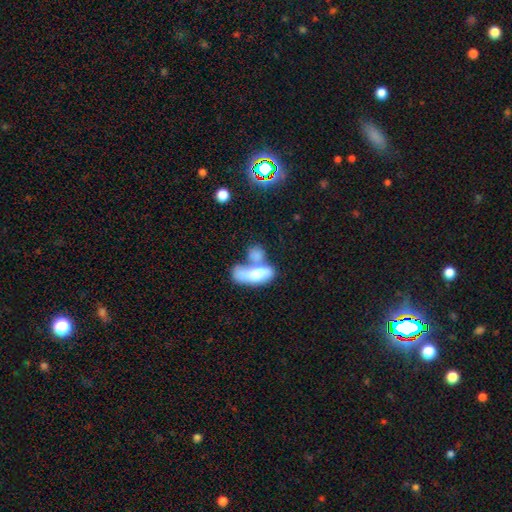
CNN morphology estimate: smooth-or-featured: smooth: 70% | featured or disk: 20% | star or artifact: 10%
  how-rounded: in between: 72% | cigar-shaped: 19% | round: 9%
  merging: merger: 60% | none: 20% | major disturbance: 11% | minor disturbance: 9%